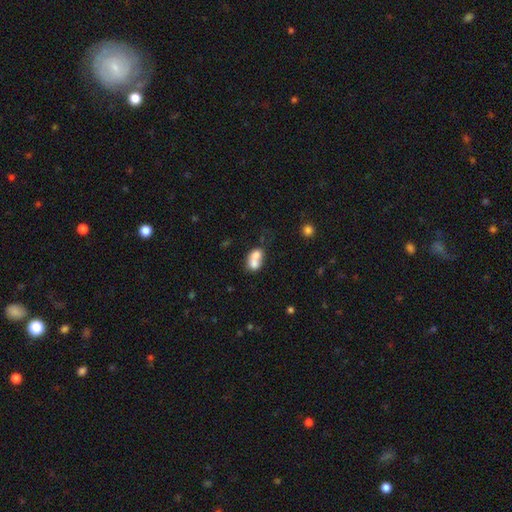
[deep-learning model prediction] Smooth or featured: smooth — 68% (featured or disk — 23%)
How rounded: in between — 60% (round — 38%)
Merging: merger — 71% (none — 18%)